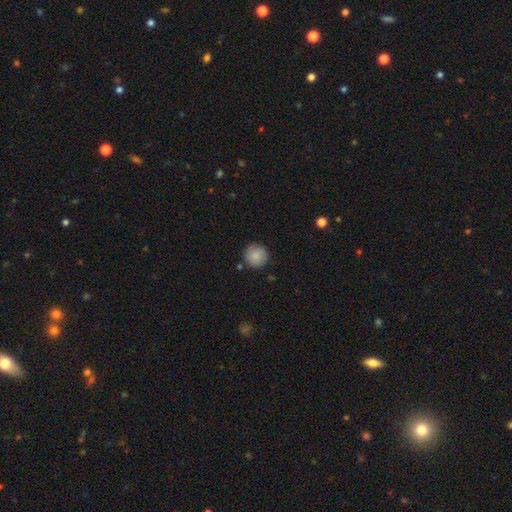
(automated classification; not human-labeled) smooth 87%, star or artifact 8%, featured or disk 5%. Down the decision tree: how rounded — round (95%); merging — none (88%).